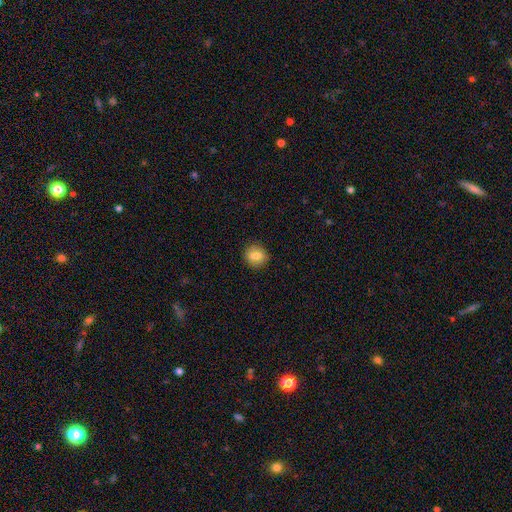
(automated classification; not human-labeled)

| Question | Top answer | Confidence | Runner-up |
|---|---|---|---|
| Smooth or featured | smooth | 80% | featured or disk (10%) |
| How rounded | round | 77% | in between (22%) |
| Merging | none | 88% | minor disturbance (9%) |